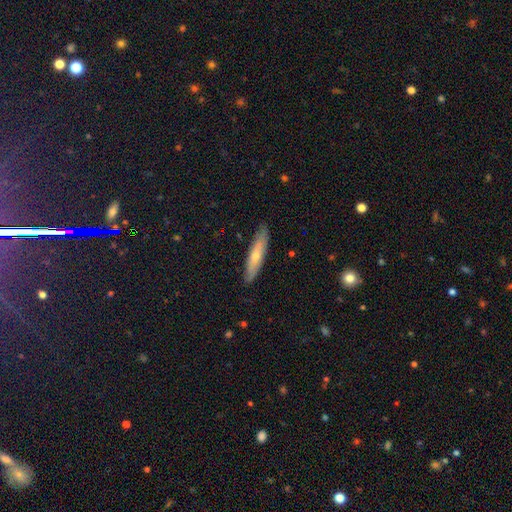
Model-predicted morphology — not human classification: Smooth or featured?
  - smooth: 55% *
  - featured or disk: 39%
  - star or artifact: 6%
How rounded?
  - cigar-shaped: 86% *
  - in between: 13%
  - round: 1%
Merging?
  - none: 85% *
  - minor disturbance: 12%
  - major disturbance: 2%
  - merger: 1%